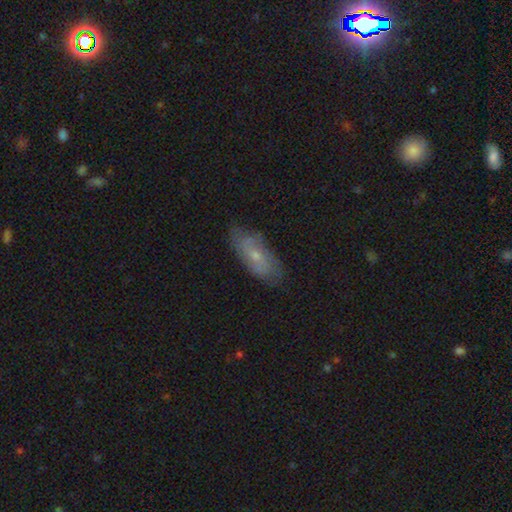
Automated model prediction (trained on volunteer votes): Q: Smooth or featured?
A: featured or disk (54%); runner-up: smooth (39%)
Q: Edge-on disk?
A: no (87%); runner-up: yes (13%)
Q: Merging?
A: none (74%); runner-up: minor disturbance (19%)